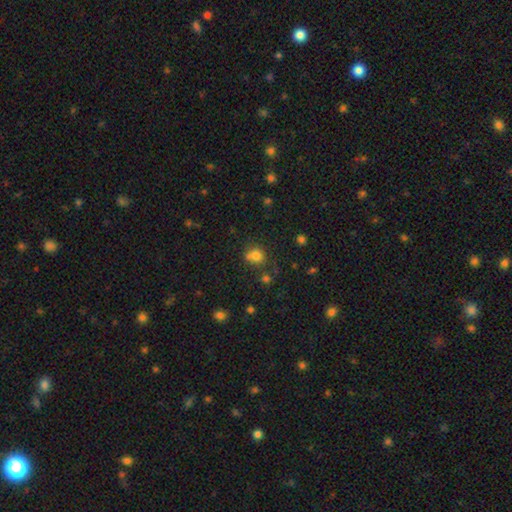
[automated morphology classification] A smooth galaxy with no disk features (77%) that is round (75%). Merging: none (56%).